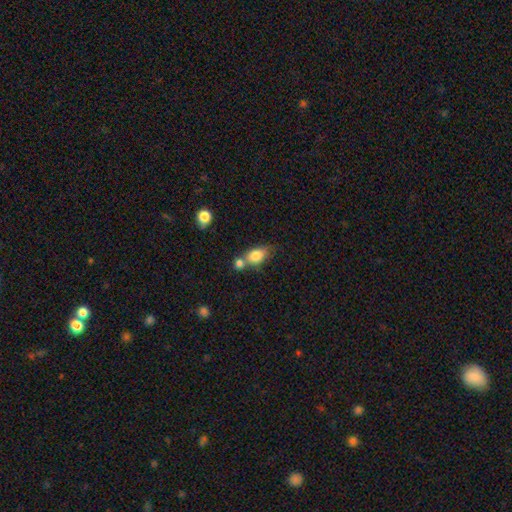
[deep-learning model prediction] This appears to be a smooth galaxy with no disk features (80%) that is in between round and cigar-shaped (77%). Merging: merger (44%).